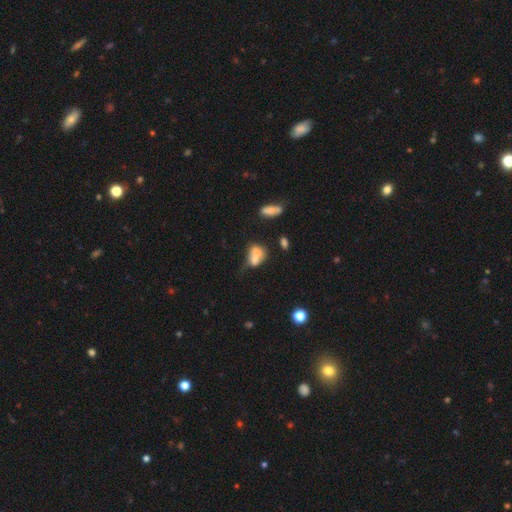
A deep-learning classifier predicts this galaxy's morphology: The model was most divided on "merging": merger: 38%, none: 24%, minor disturbance: 22%, major disturbance: 16%. More confident: how rounded — in between (74%); smooth or featured — smooth (62%).